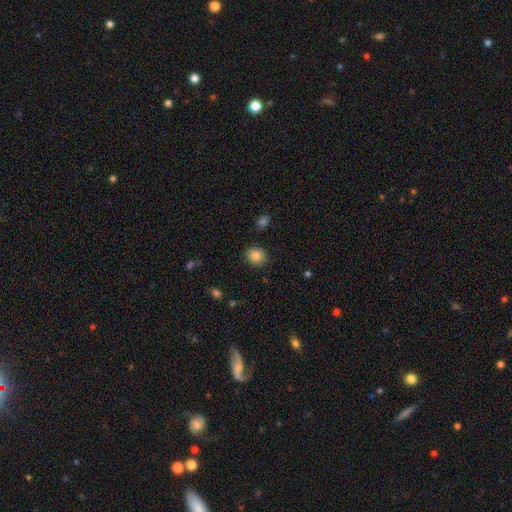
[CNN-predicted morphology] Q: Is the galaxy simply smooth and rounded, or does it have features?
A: smooth — 84%.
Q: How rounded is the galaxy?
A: round — 72%.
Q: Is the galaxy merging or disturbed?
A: none — 86%.